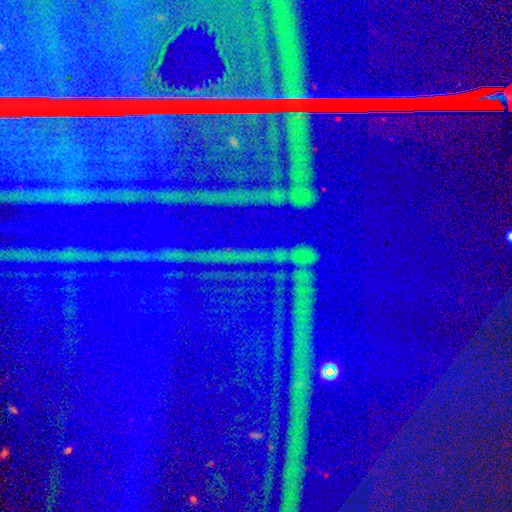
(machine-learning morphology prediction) A star or artifact, not a galaxy (88%).

Vote fractions:
- Smooth or featured? star or artifact: 88% / featured or disk: 7% / smooth: 5%